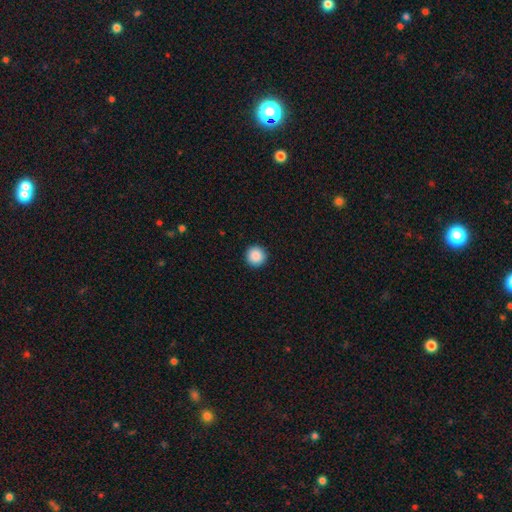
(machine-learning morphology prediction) smooth-or-featured: smooth: 89% | star or artifact: 9% | featured or disk: 3%
  how-rounded: round: 96% | in between: 3% | cigar-shaped: 1%
  merging: none: 93% | minor disturbance: 4% | major disturbance: 1% | merger: 1%